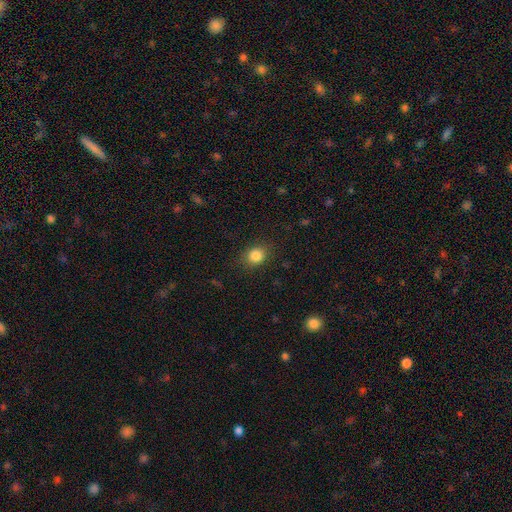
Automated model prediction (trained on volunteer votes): This is clearly a smooth galaxy (84%). How rounded: likely round (67%). Merging: clearly none (84%).